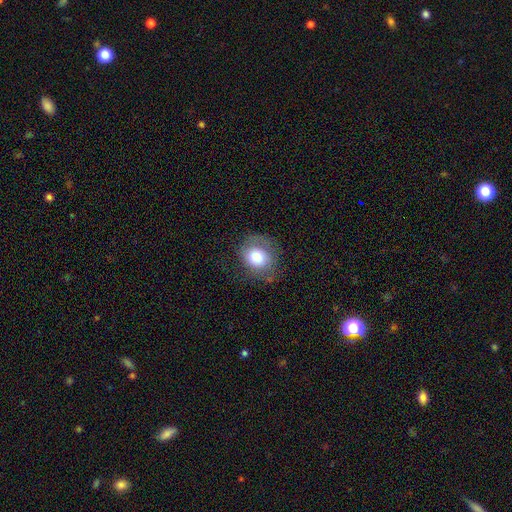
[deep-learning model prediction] Smooth or featured? Predicted: smooth (p=0.72). How rounded? Predicted: round (p=0.66). Merging? Predicted: none (p=0.61).